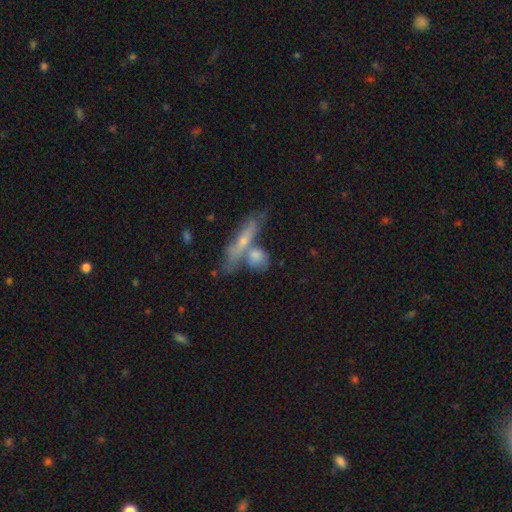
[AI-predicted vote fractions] A smooth galaxy with no disk features (59%) that is in between round and cigar-shaped (38%). Merging: merger (44%).